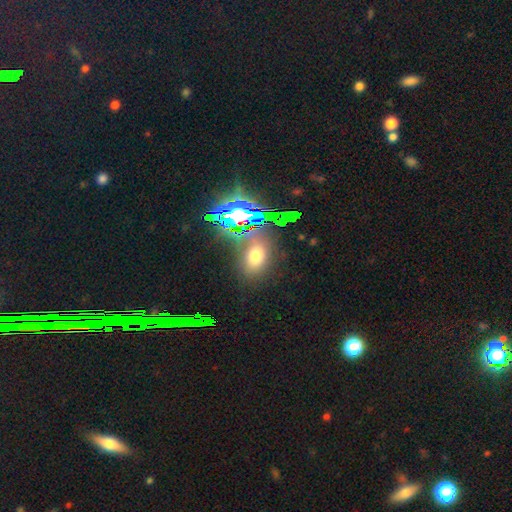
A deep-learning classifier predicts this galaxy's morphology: type=smooth (52%); roundness=in between (69%); merging=none (71%).